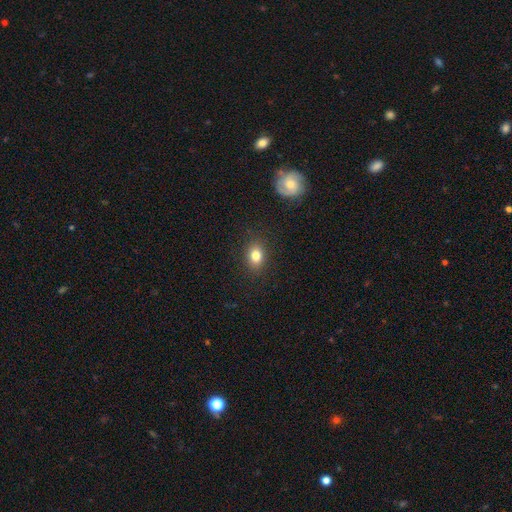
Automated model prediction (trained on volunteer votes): Morphology: type=smooth (81%); roundness=in between (68%); merging=none (86%).